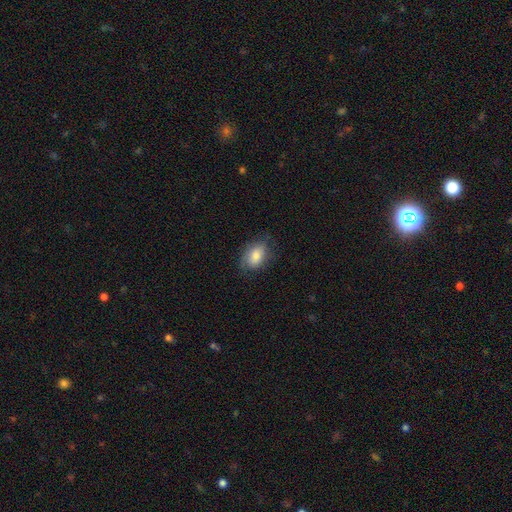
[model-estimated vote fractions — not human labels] This appears to be a smooth galaxy with no disk features (74%) that is in between round and cigar-shaped (80%). Merging: none (70%).